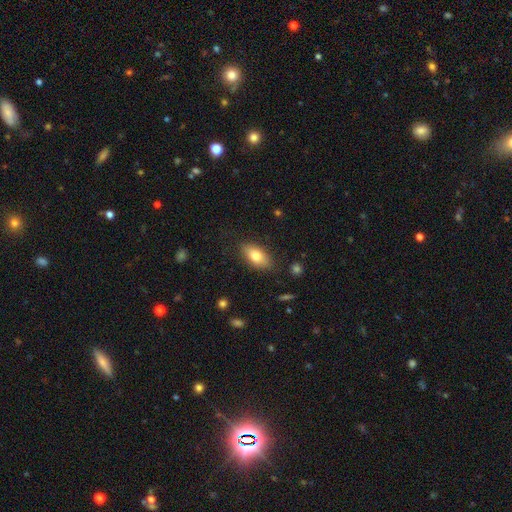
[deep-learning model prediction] This is likely a smooth galaxy (78%). How rounded: clearly in between (88%). Merging: clearly none (83%).